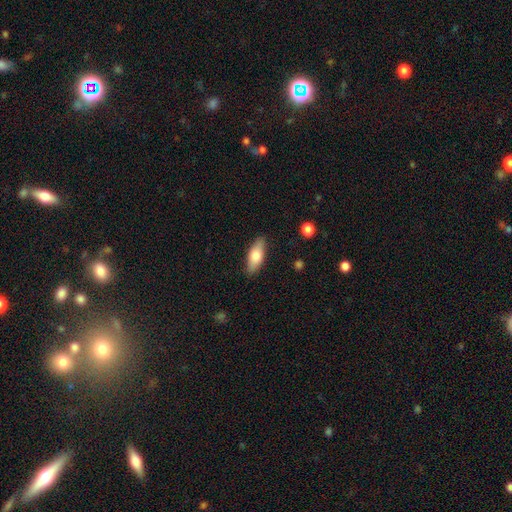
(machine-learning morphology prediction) Smooth or featured: smooth — 74% (featured or disk — 20%)
How rounded: in between — 75% (cigar-shaped — 23%)
Merging: none — 86% (minor disturbance — 11%)